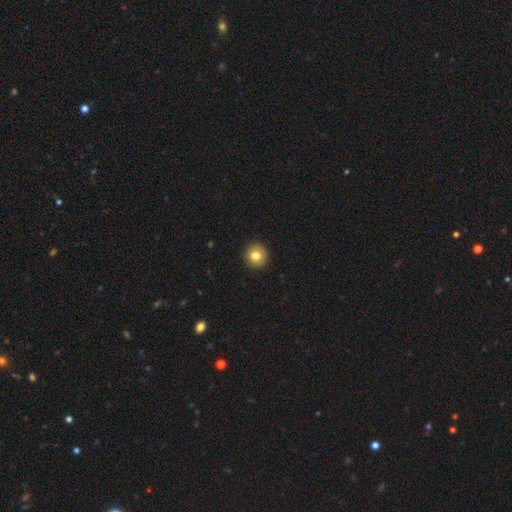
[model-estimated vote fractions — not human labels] Smooth or featured? smooth (81%)
How rounded? round (94%)
Merging? none (93%)